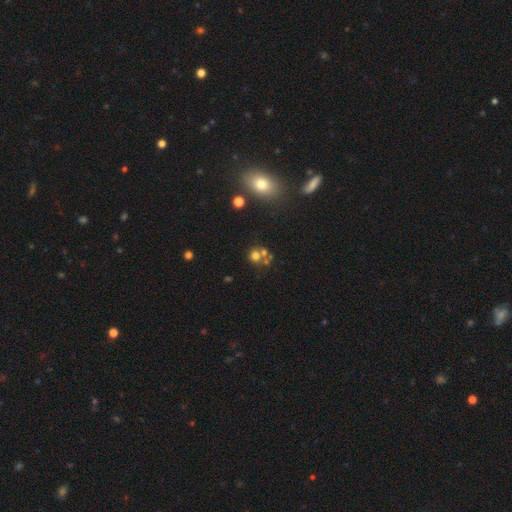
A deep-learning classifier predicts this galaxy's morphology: This is likely a smooth galaxy (64%). How rounded: clearly round (83%). Merging: possibly none (49%).